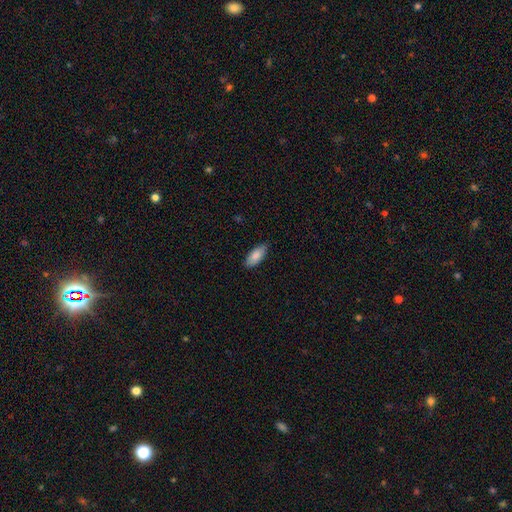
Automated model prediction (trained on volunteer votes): This appears to be a smooth galaxy with no disk features (85%) that is in between round and cigar-shaped (81%). Merging: none (85%).